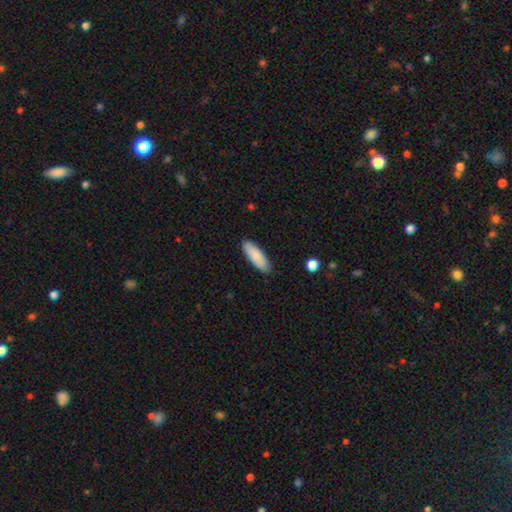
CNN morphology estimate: Smooth or featured? smooth (86%)
How rounded? in between (58%)
Merging? none (87%)